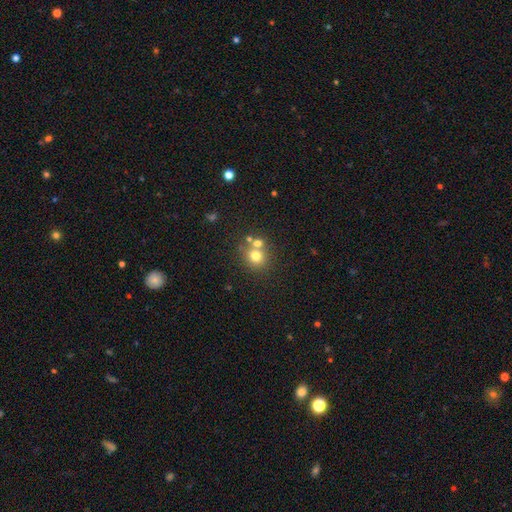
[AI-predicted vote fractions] Overall: smooth (73%). How rounded: round (85%). Merging: none (59%; merger 30%).